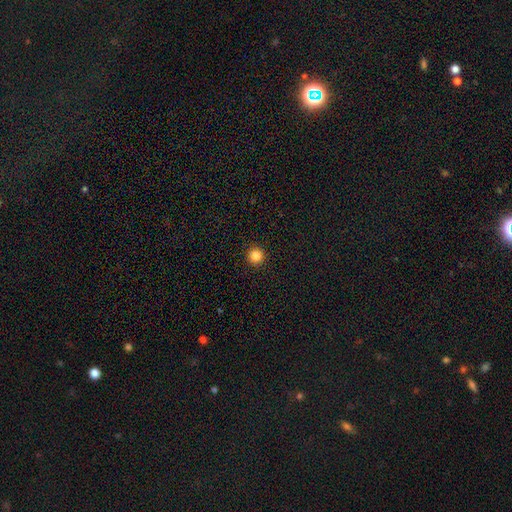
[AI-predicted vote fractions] Smooth or featured? Predicted: smooth (p=0.85). How rounded? Predicted: round (p=0.96). Merging? Predicted: none (p=0.94).